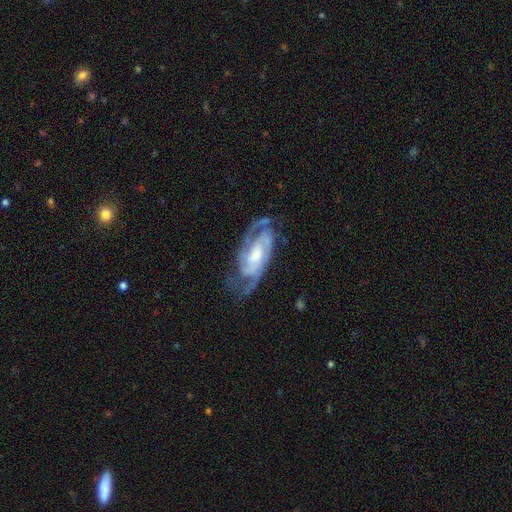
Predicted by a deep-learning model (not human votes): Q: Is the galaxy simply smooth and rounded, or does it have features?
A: featured or disk — 90%.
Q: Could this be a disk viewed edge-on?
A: no — 95%.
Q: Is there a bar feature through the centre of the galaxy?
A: no — 47%.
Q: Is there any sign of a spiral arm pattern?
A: yes — 98%.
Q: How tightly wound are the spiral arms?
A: tight — 50%.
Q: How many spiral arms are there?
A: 2 — 67%.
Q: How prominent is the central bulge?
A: moderate — 48%.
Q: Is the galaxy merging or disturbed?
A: none — 69%.